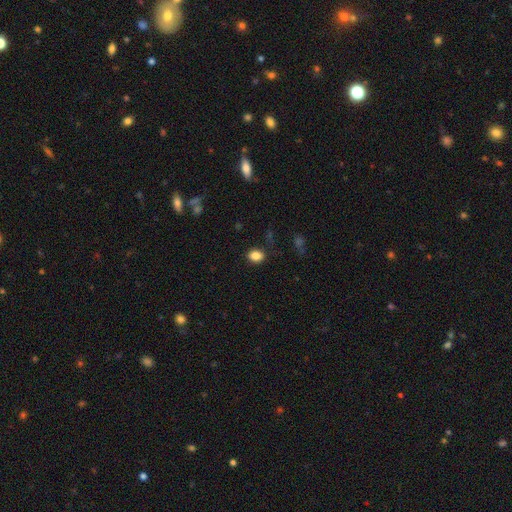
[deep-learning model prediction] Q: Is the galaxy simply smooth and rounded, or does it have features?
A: smooth — 85%.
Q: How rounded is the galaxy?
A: in between — 66%.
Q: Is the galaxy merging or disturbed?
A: none — 84%.